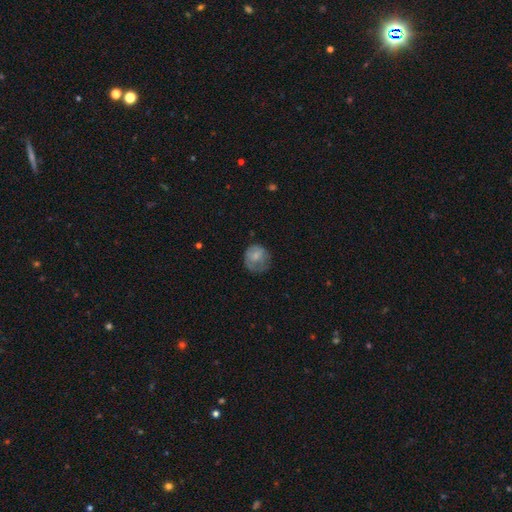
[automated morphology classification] This is likely a smooth galaxy (64%). How rounded: clearly round (80%). Merging: possibly none (55%).